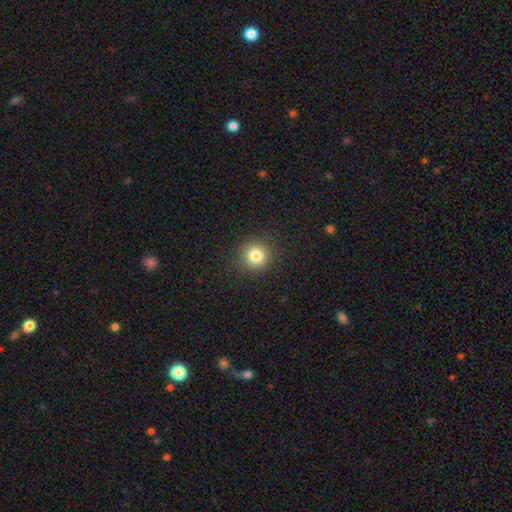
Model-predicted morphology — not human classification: Smooth or featured? Predicted: smooth (p=0.82). How rounded? Predicted: round (p=0.92). Merging? Predicted: none (p=0.90).